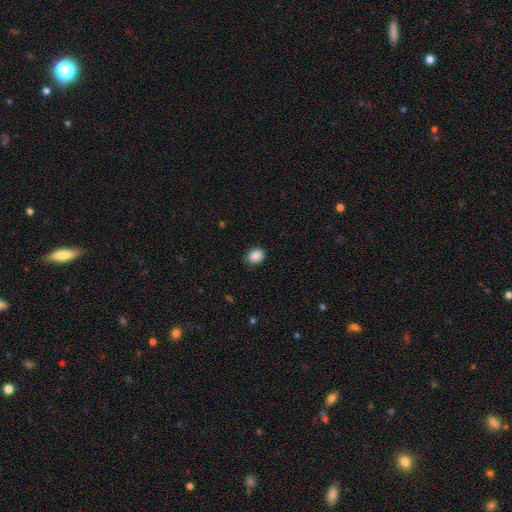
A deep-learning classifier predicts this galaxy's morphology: A smooth galaxy with no disk features (88%) that is in between round and cigar-shaped (50%).

Vote fractions:
- Smooth or featured? smooth: 88% / star or artifact: 9% / featured or disk: 3%
- How rounded? in between: 50% / round: 49% / cigar-shaped: 1%
- Merging? none: 83% / minor disturbance: 14% / major disturbance: 3% / merger: 1%